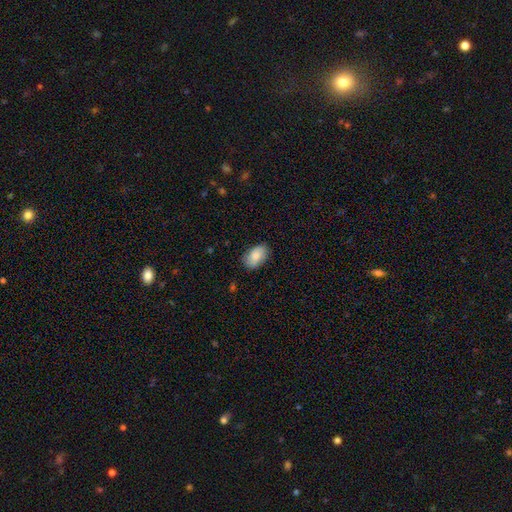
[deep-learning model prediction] Smooth or featured?
  - smooth: 81% *
  - featured or disk: 13%
  - star or artifact: 7%
How rounded?
  - in between: 91% *
  - round: 8%
  - cigar-shaped: 1%
Merging?
  - none: 81% *
  - minor disturbance: 15%
  - major disturbance: 3%
  - merger: 1%